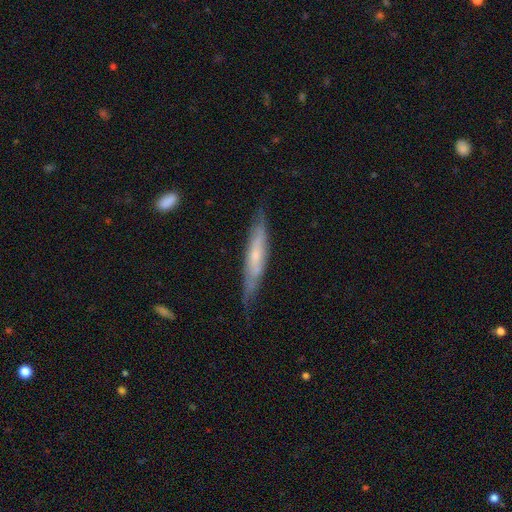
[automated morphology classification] The model was most divided on "smooth or featured": featured or disk: 60%, smooth: 34%, star or artifact: 6%. More confident: edge-on disk — yes (72%); merging — none (71%).